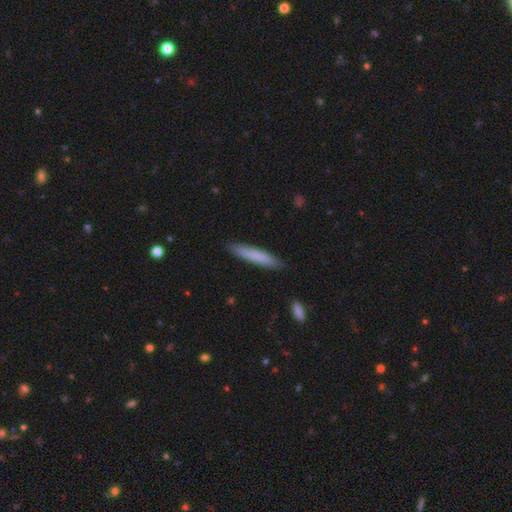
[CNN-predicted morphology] Smooth or featured?
  - smooth: 77% *
  - featured or disk: 17%
  - star or artifact: 6%
How rounded?
  - cigar-shaped: 92% *
  - in between: 7%
  - round: 1%
Merging?
  - none: 89% *
  - minor disturbance: 8%
  - major disturbance: 2%
  - merger: 1%